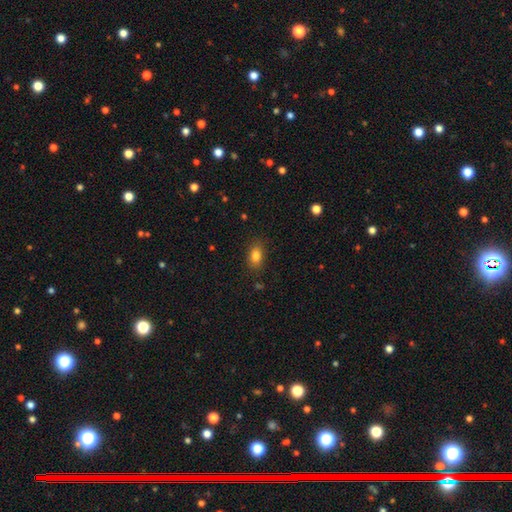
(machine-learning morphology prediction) A smooth galaxy with no disk features (83%) that is in between round and cigar-shaped (84%). Merging: none (84%).